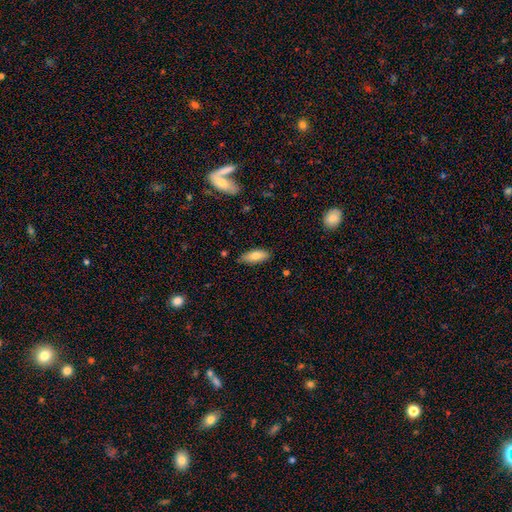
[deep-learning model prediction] Overall: smooth (78%). How rounded: in between (78%). Merging: none (82%).